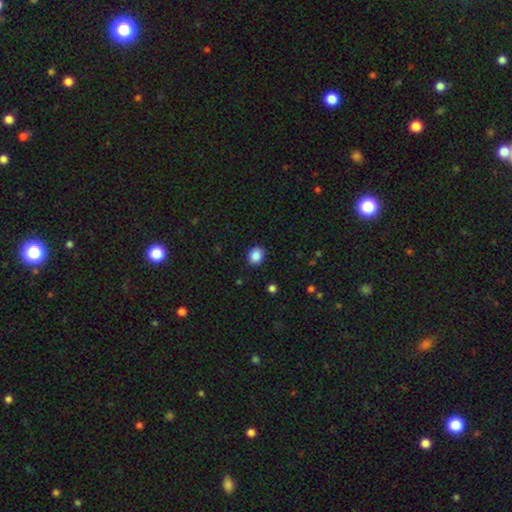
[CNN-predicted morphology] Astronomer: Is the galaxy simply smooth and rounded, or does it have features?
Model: smooth — 88%.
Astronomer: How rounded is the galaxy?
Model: round — 61% (runner-up: in between, 38%).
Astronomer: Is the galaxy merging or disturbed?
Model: none — 90%.